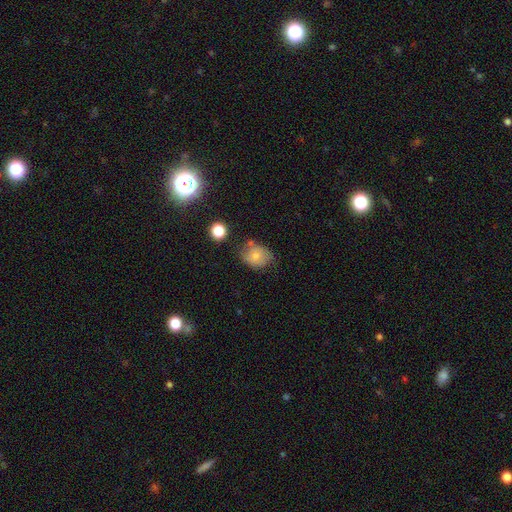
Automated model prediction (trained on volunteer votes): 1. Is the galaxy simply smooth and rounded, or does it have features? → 73% smooth, 17% featured or disk, 10% star or artifact.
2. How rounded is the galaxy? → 55% round, 44% in between, 1% cigar-shaped.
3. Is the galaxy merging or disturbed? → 58% none, 27% minor disturbance, 8% major disturbance, 7% merger.